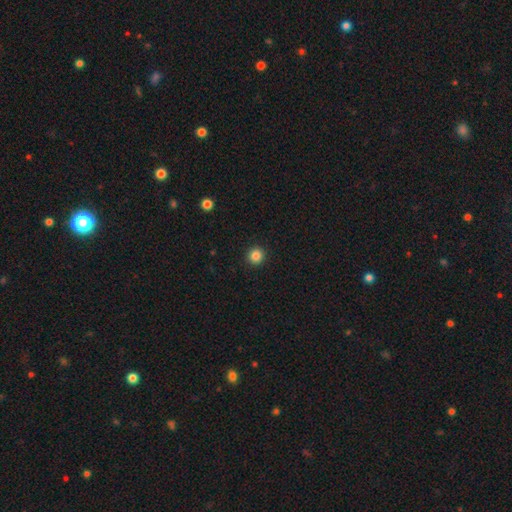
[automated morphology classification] The model was most divided on "smooth or featured": smooth: 85%, star or artifact: 11%, featured or disk: 4%. More confident: how rounded — round (95%); merging — none (93%).